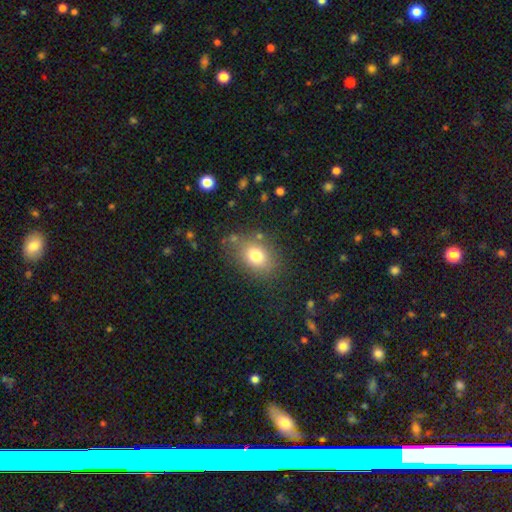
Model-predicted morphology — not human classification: This is likely a smooth galaxy (77%). How rounded: likely in between (66%). Merging: likely none (78%).